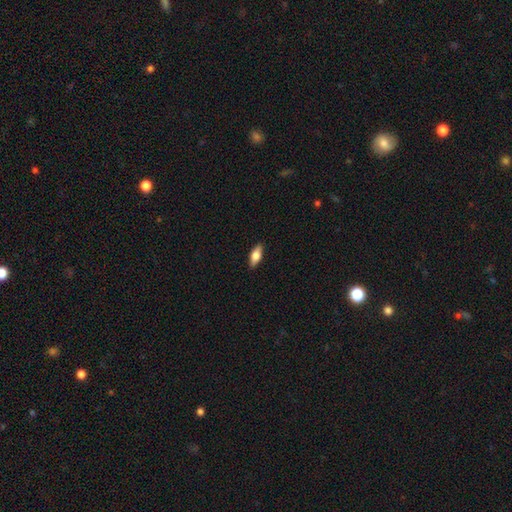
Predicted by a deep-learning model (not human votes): The model was most divided on "smooth or featured": smooth: 70%, featured or disk: 24%, star or artifact: 6%. More confident: merging — none (89%); how rounded — in between (76%).